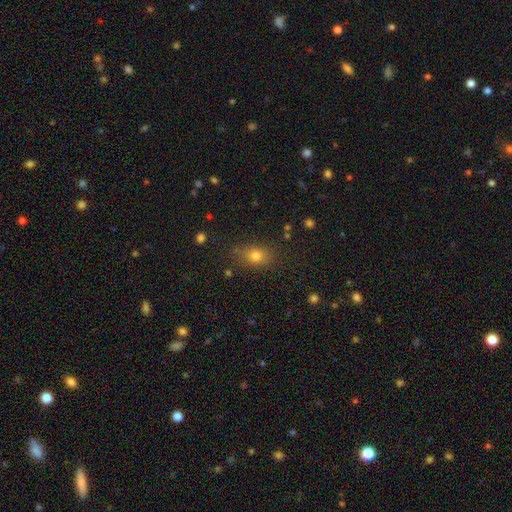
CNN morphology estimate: Overall: smooth (76%). How rounded: in between (64%; round 33%). Merging: none (81%).